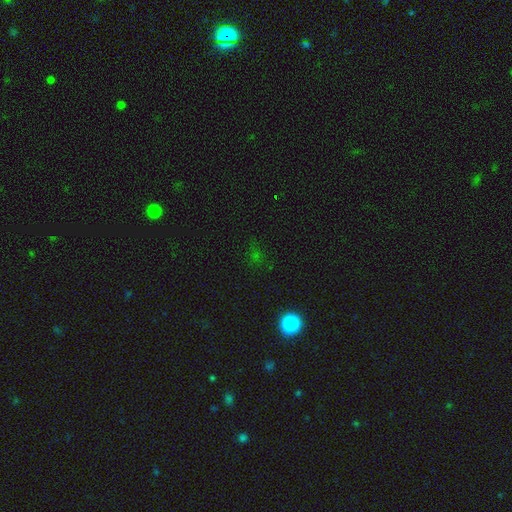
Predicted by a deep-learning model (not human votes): The model was most divided on "smooth or featured": star or artifact: 64%, smooth: 28%, featured or disk: 9%.